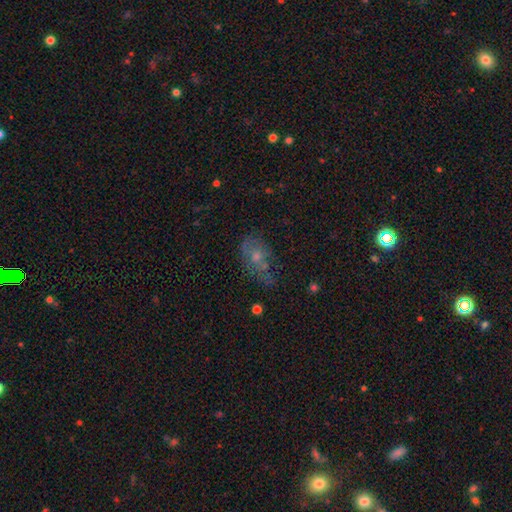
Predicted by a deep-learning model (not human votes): Q: Smooth or featured?
A: smooth (49%); runner-up: featured or disk (37%)
Q: Merging?
A: none (35%); runner-up: minor disturbance (27%)